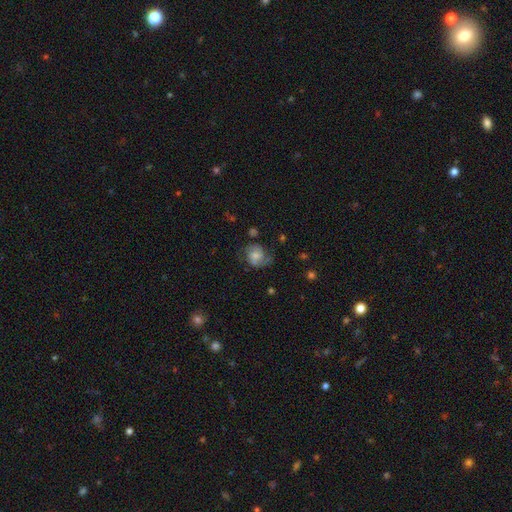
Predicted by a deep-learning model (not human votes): A featured or disk galaxy (60%) with no bar (70%), 2 (74%) medium (45%) spiral arms (88%) and a small central bulge (45%). Merging: none (59%).